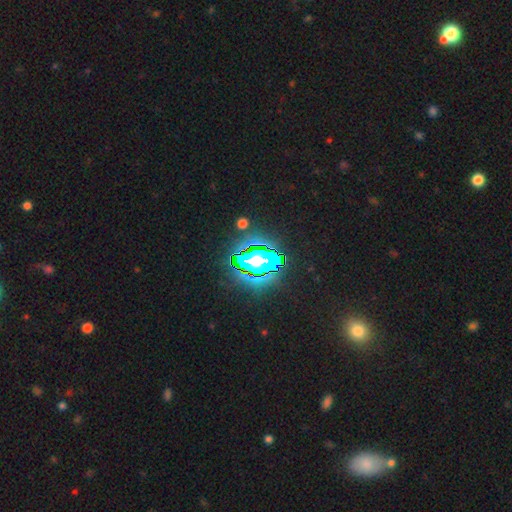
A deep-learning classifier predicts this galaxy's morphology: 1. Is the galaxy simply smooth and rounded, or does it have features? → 66% star or artifact, 21% smooth, 14% featured or disk.